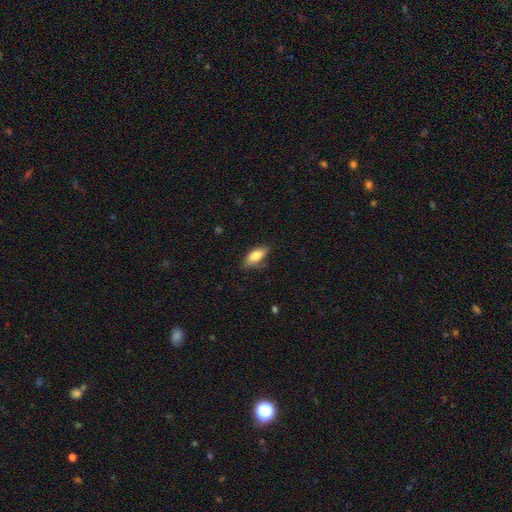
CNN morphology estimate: Smooth or featured?
  - smooth: 80% *
  - featured or disk: 13%
  - star or artifact: 7%
How rounded?
  - in between: 84% *
  - cigar-shaped: 13%
  - round: 3%
Merging?
  - none: 73% *
  - minor disturbance: 21%
  - major disturbance: 4%
  - merger: 2%